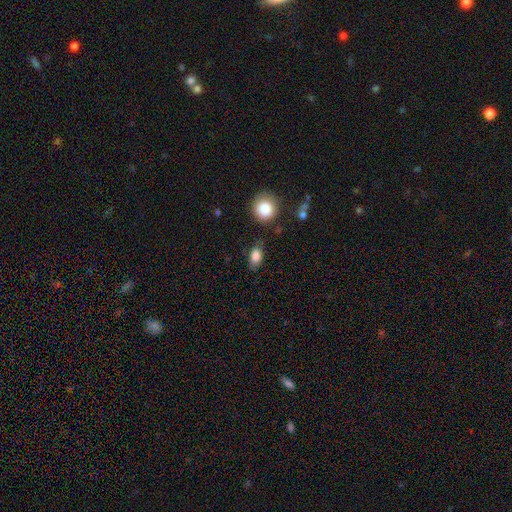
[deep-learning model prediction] Q: Smooth or featured?
A: smooth (84%); runner-up: star or artifact (8%)
Q: How rounded?
A: in between (84%); runner-up: round (13%)
Q: Merging?
A: none (77%); runner-up: minor disturbance (16%)